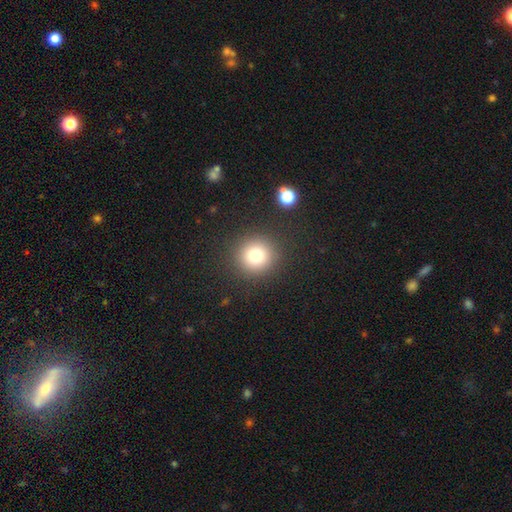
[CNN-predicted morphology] type=smooth (77%); roundness=round (93%); merging=none (89%).